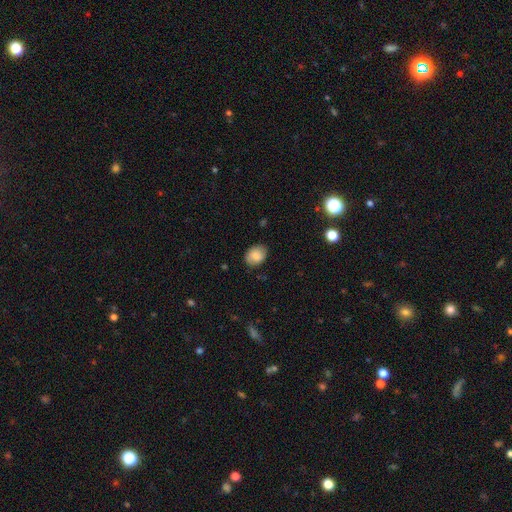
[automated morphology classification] Smooth or featured? Predicted: smooth (p=0.81). How rounded? Predicted: in between (p=0.63). Merging? Predicted: none (p=0.81).